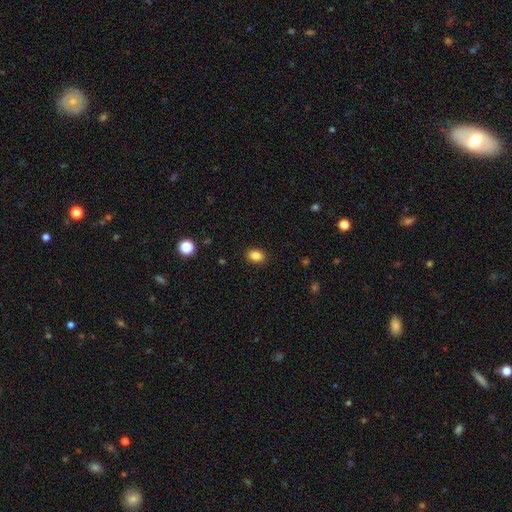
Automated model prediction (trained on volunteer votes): smooth_or_featured: smooth (p=0.86) [alt: star or artifact p=0.10]
how_rounded: in between (p=0.78) [alt: round p=0.21]
merging: none (p=0.89) [alt: minor disturbance p=0.08]